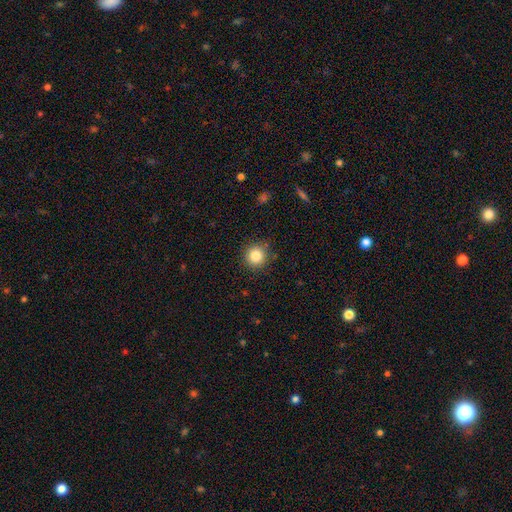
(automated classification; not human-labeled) Morphology: type=smooth (84%); roundness=round (94%); merging=none (89%).